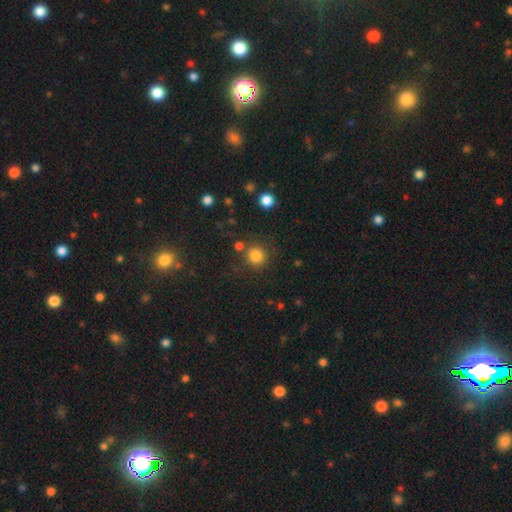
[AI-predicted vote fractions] Overall: smooth (82%). How rounded: round (90%). Merging: none (77%).